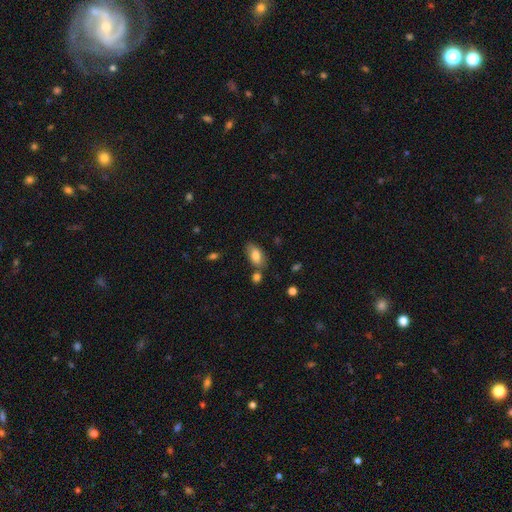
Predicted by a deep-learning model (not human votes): Overall: smooth (79%). How rounded: in between (91%). Merging: none (68%).